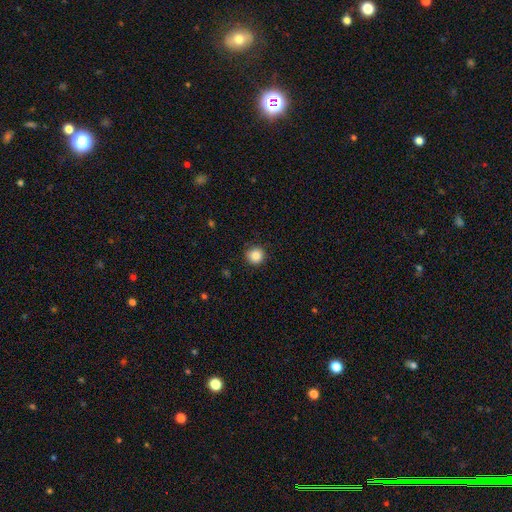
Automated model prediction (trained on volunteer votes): A smooth galaxy with no disk features (87%) that is round (94%).

Vote fractions:
- Smooth or featured? smooth: 87% / star or artifact: 10% / featured or disk: 3%
- How rounded? round: 94% / in between: 5% / cigar-shaped: 1%
- Merging? none: 88% / minor disturbance: 9% / major disturbance: 2% / merger: 1%